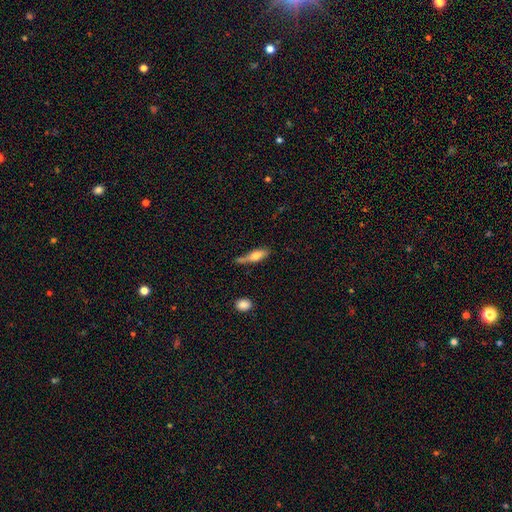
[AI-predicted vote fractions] Smooth or featured: smooth — 64% (featured or disk — 29%)
How rounded: cigar-shaped — 52% (in between — 44%)
Merging: none — 46% (minor disturbance — 32%)